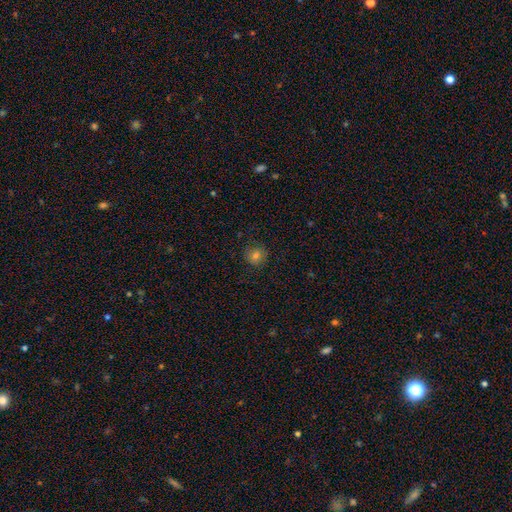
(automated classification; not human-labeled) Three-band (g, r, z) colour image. It shows a smooth galaxy with no disk features (74%) that is round (90%). Merging: none (85%).